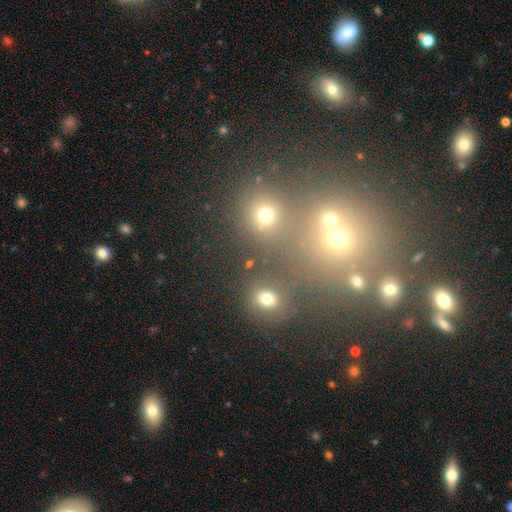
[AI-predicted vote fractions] A star or artifact, not a galaxy (46%).

Vote fractions:
- Smooth or featured? star or artifact: 46% / smooth: 42% / featured or disk: 13%